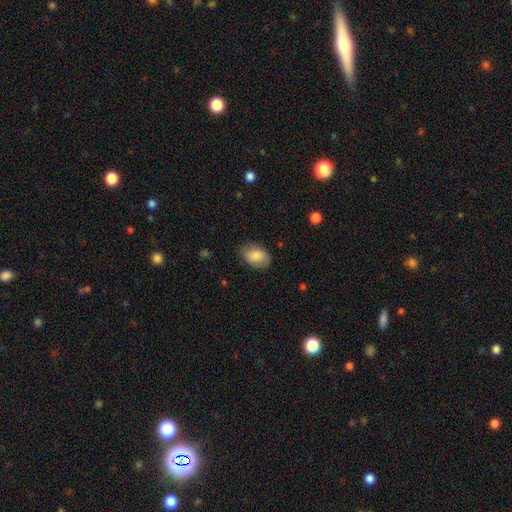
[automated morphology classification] smooth_or_featured: smooth (p=0.81) [alt: featured or disk p=0.12]
how_rounded: in between (p=0.85) [alt: round p=0.14]
merging: none (p=0.76) [alt: minor disturbance p=0.19]